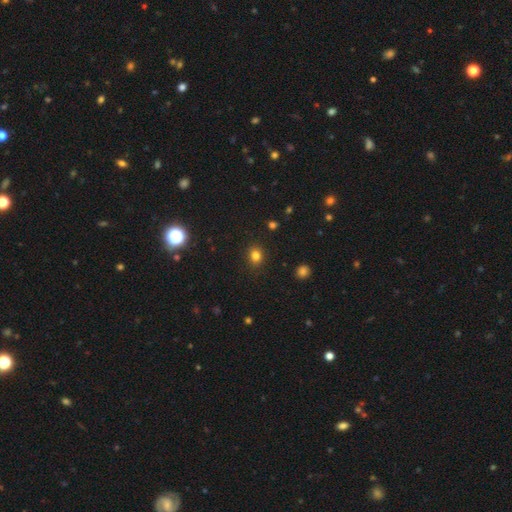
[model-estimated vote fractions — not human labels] The model was most divided on "how rounded": round: 64%, in between: 35%, cigar-shaped: 1%. More confident: merging — none (88%); smooth or featured — smooth (81%).